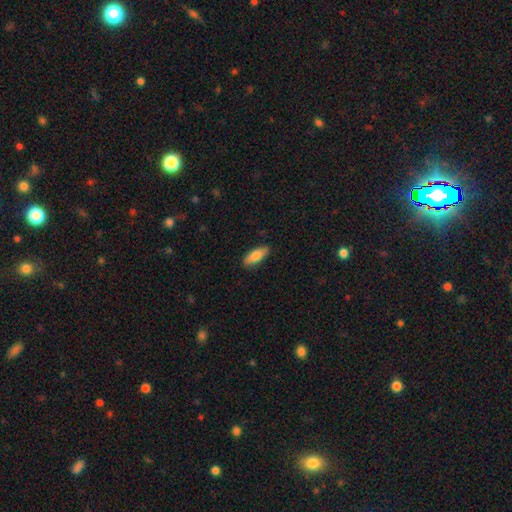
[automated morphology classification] This is clearly a smooth galaxy (81%). How rounded: likely in between (70%). Merging: clearly none (87%).